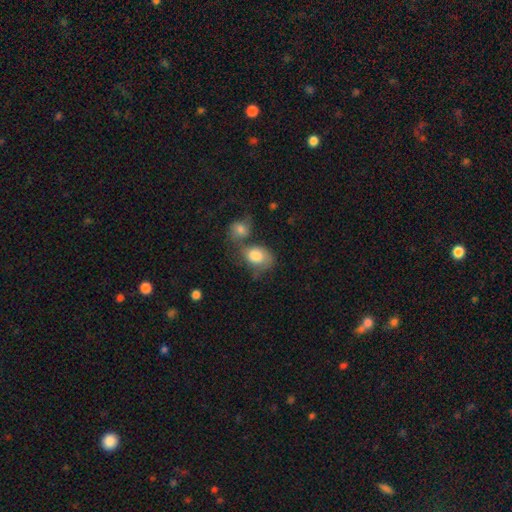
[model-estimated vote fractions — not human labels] A smooth galaxy with no disk features (73%) that is in between round and cigar-shaped (62%). Merging: merger (55%).